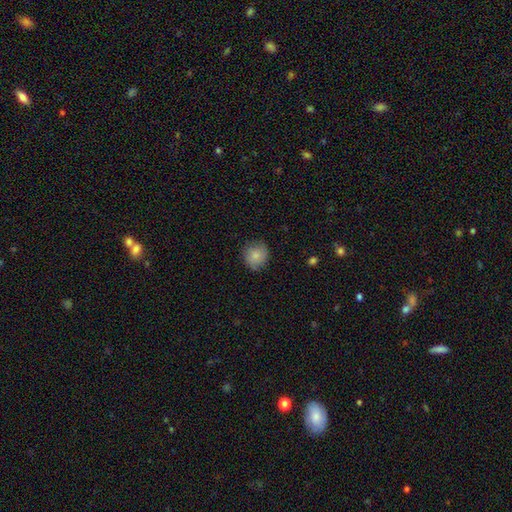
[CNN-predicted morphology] This appears to be a smooth galaxy with no disk features (83%) that is round (86%). Merging: none (80%).